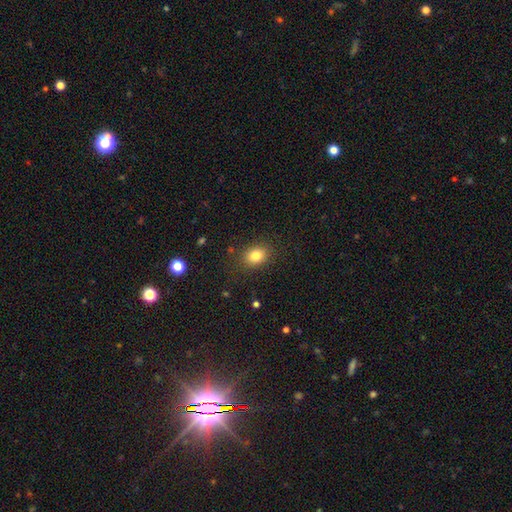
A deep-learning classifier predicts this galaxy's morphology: type=smooth (82%); roundness=in between (60%); merging=none (85%).